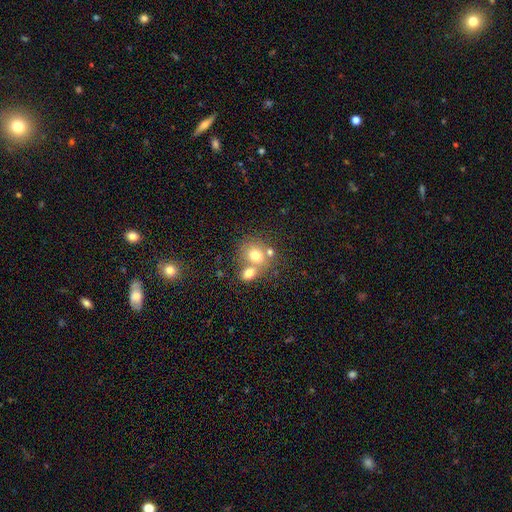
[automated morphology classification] A smooth galaxy with no disk features (72%) that is round (57%).

Vote fractions:
- Smooth or featured? smooth: 72% / featured or disk: 17% / star or artifact: 11%
- How rounded? round: 57% / in between: 42% / cigar-shaped: 1%
- Merging? merger: 51% / none: 37% / minor disturbance: 9% / major disturbance: 4%